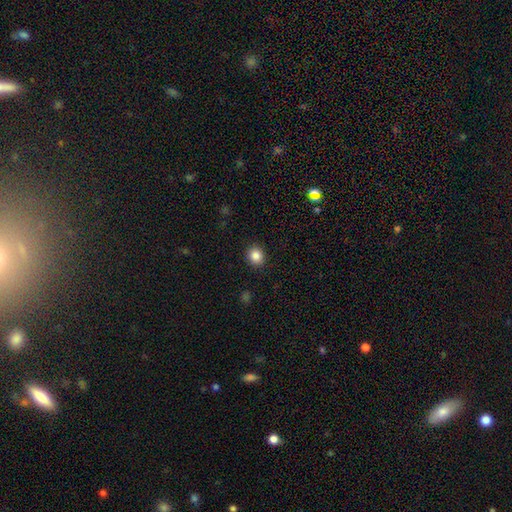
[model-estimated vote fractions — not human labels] Morphology: type=smooth (86%); roundness=round (77%); merging=none (91%).